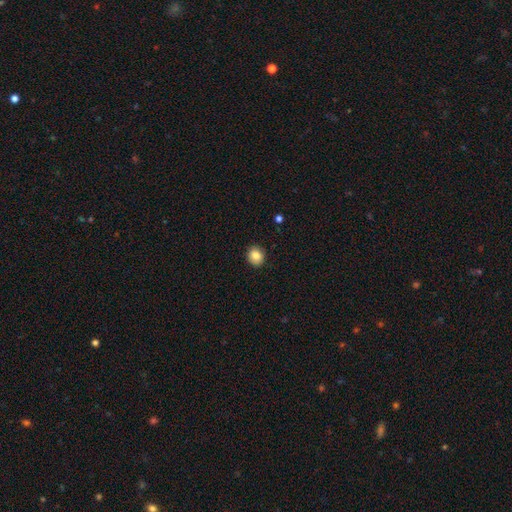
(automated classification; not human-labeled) Q: Smooth or featured?
A: smooth (86%); runner-up: star or artifact (9%)
Q: How rounded?
A: round (74%); runner-up: in between (25%)
Q: Merging?
A: none (90%); runner-up: minor disturbance (7%)